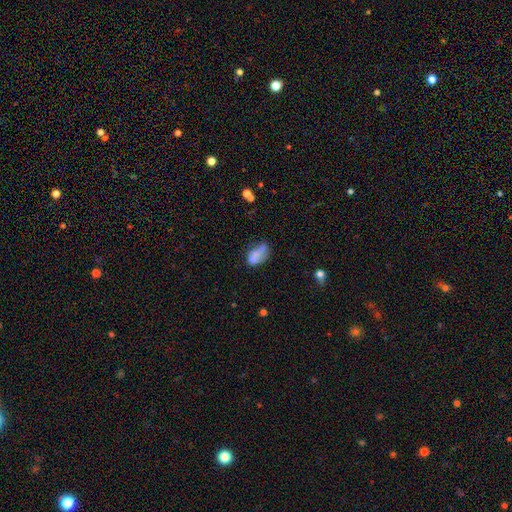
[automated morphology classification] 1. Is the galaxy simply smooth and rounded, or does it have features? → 62% smooth, 27% featured or disk, 11% star or artifact.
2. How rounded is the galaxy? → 88% in between, 8% round, 3% cigar-shaped.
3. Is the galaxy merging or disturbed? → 31% none, 27% minor disturbance, 22% major disturbance, 20% merger.